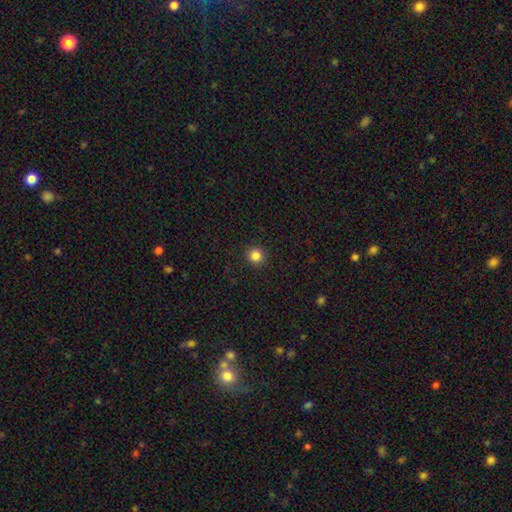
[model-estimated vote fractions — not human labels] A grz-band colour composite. It shows a smooth galaxy with no disk features (85%) that is round (95%). Merging: none (93%).